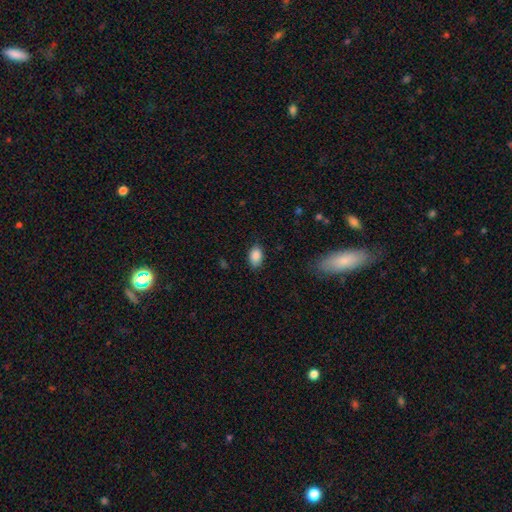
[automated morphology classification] Q: Smooth or featured?
A: smooth (88%); runner-up: star or artifact (8%)
Q: How rounded?
A: in between (88%); runner-up: round (10%)
Q: Merging?
A: none (84%); runner-up: minor disturbance (12%)